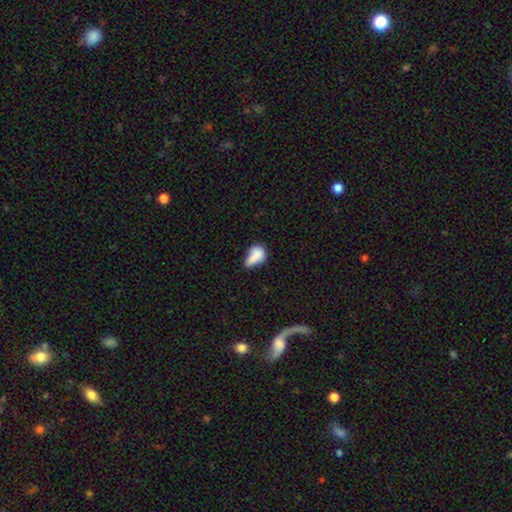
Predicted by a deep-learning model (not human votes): Overall: smooth (75%). How rounded: in between (82%). Merging: none (32%, tied with minor disturbance).